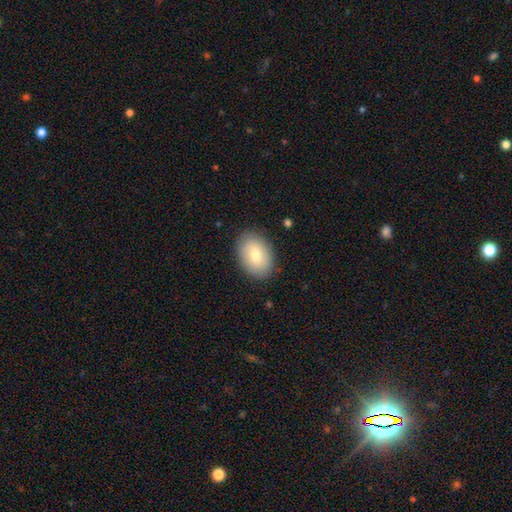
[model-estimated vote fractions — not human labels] smooth_or_featured: smooth (p=0.78) [alt: featured or disk p=0.15]
how_rounded: in between (p=0.85) [alt: round p=0.14]
merging: none (p=0.87) [alt: minor disturbance p=0.10]